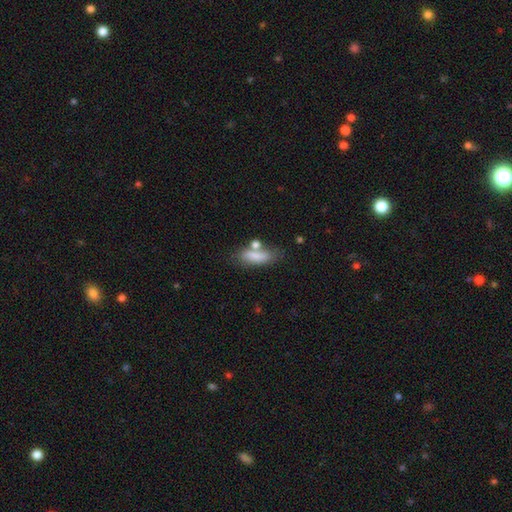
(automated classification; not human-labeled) The model was most divided on "merging": none: 48%, merger: 23%, minor disturbance: 19%, major disturbance: 9%. More confident: smooth or featured — smooth (78%); how rounded — in between (67%).